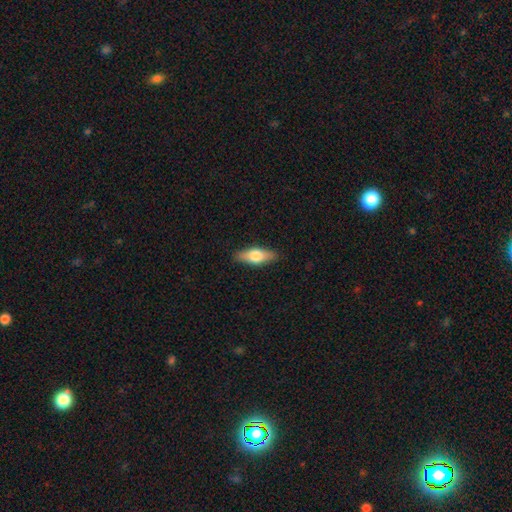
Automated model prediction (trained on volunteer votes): Q: Smooth or featured?
A: smooth (61%); runner-up: featured or disk (33%)
Q: How rounded?
A: in between (66%); runner-up: cigar-shaped (30%)
Q: Merging?
A: none (87%); runner-up: minor disturbance (10%)